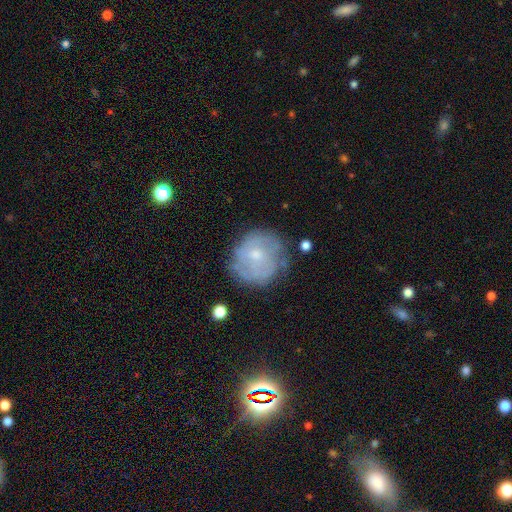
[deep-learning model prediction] smooth-or-featured: featured or disk: 55% | smooth: 36% | star or artifact: 9%
  disk-edge-on: no: 97% | yes: 3%
    bar: no: 70% | weak: 26% | strong: 4%
    has-spiral-arms: yes: 63% | no: 37%
    bulge-size: small: 55% | moderate: 38% | none: 4% | large: 2% | dominant: 1%
  merging: none: 70% | minor disturbance: 20% | major disturbance: 7% | merger: 2%